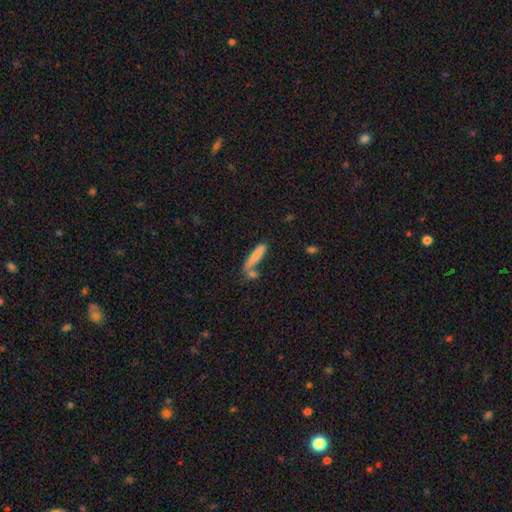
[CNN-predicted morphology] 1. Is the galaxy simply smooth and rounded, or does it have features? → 76% smooth, 17% featured or disk, 7% star or artifact.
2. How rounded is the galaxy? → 85% cigar-shaped, 13% in between, 2% round.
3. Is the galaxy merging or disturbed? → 62% none, 19% merger, 15% minor disturbance, 4% major disturbance.